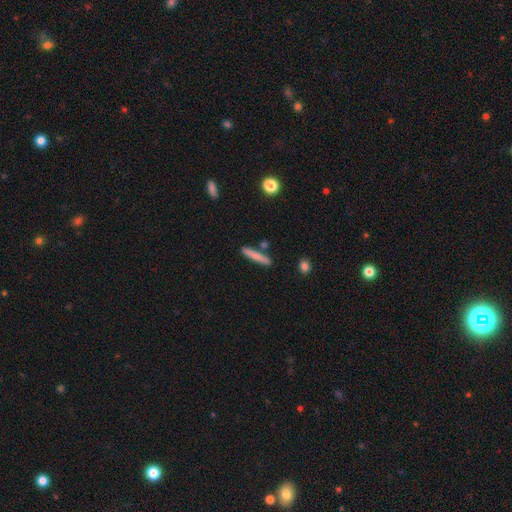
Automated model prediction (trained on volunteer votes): Smooth or featured? smooth (75%)
How rounded? cigar-shaped (93%)
Merging? none (82%)